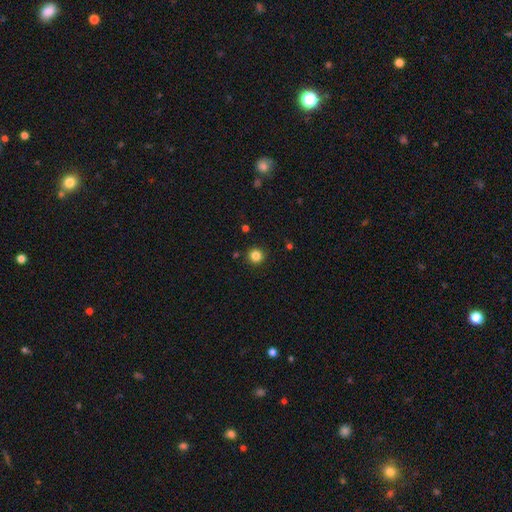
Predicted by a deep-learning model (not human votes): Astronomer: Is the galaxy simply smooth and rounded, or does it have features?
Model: smooth — 84%.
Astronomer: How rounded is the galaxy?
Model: round — 94%.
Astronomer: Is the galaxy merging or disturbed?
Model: none — 91%.